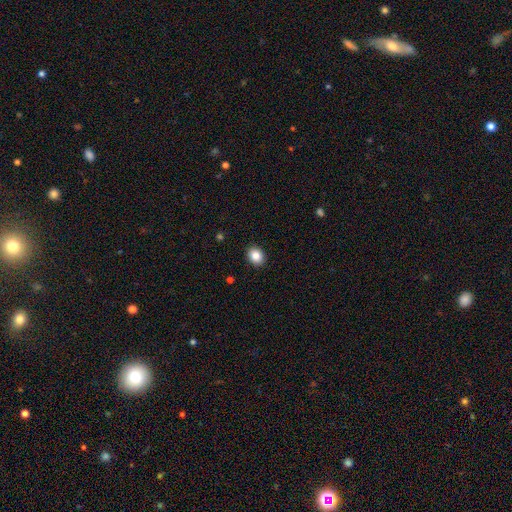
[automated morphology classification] smooth_or_featured: smooth (p=0.86) [alt: star or artifact p=0.09]
how_rounded: round (p=0.50) [alt: in between p=0.49]
merging: none (p=0.91) [alt: minor disturbance p=0.06]